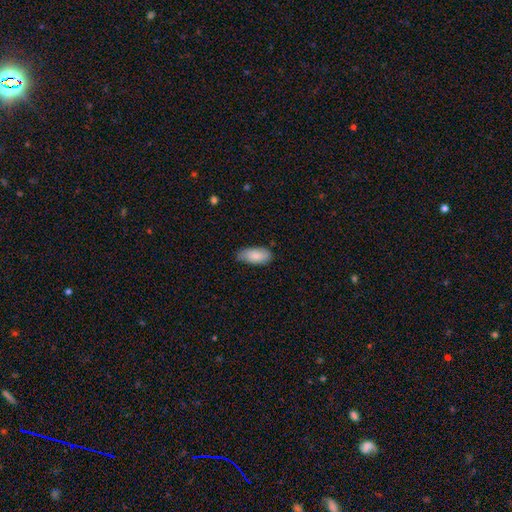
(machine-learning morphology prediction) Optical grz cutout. It shows a smooth galaxy with no disk features (84%) that is in between round and cigar-shaped (90%). Merging: none (72%).